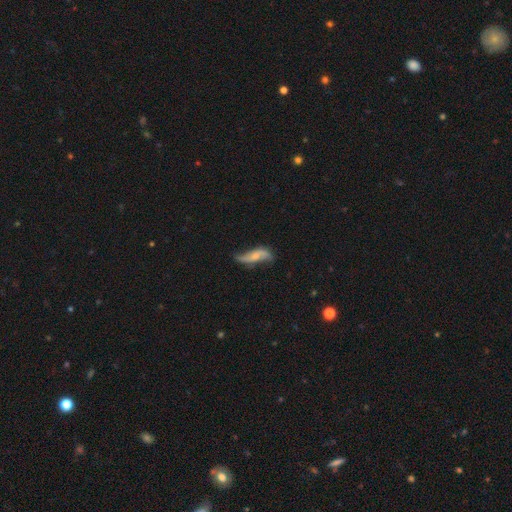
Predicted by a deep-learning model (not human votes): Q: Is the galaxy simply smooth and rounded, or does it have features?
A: featured or disk — 69%.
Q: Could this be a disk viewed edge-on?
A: no — 84%.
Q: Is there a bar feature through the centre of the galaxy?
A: no — 60%.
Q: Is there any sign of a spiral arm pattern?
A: yes — 88%.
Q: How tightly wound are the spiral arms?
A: loose — 87%.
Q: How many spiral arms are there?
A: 2 — 89%.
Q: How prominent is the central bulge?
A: small — 56%.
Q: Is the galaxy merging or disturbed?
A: none — 55%.